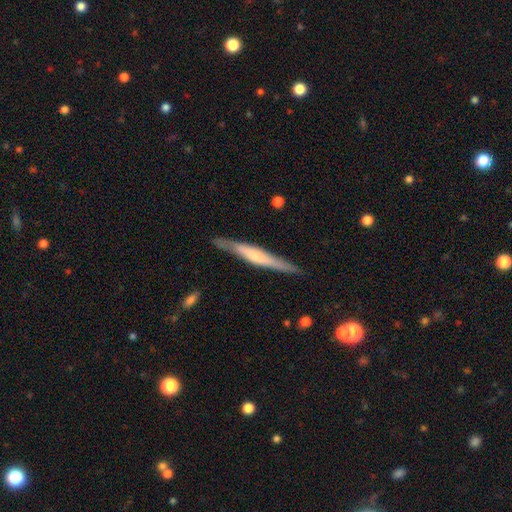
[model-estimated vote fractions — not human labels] This is possibly a featured or disk galaxy (58%). It is clearly viewed edge-on (96%). Edge-on bulge: possibly rounded (48%). Merging: clearly none (87%).